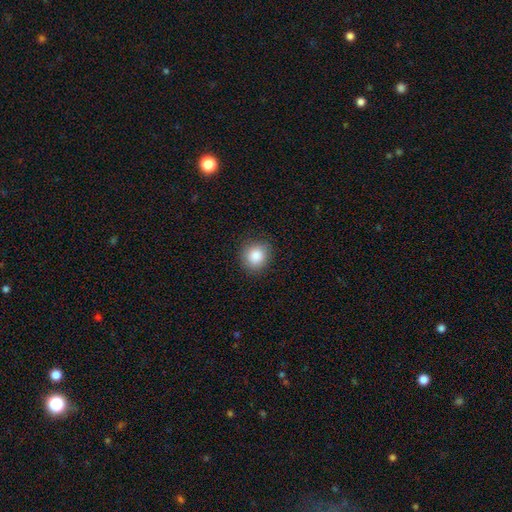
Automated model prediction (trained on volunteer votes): smooth 87%, star or artifact 8%, featured or disk 5%. Down the decision tree: how rounded — round (82%); merging — none (88%).